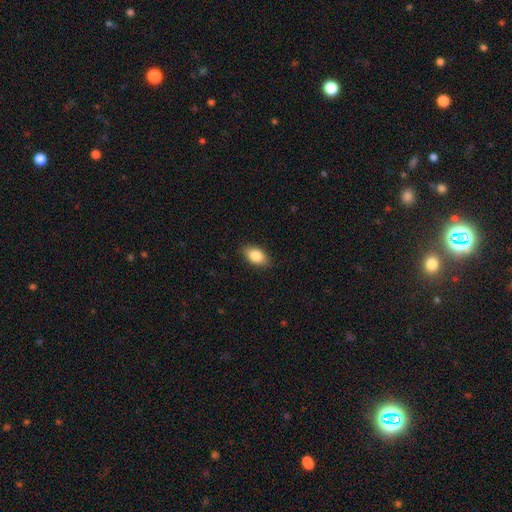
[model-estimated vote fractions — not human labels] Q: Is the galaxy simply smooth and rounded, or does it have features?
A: smooth — 85%.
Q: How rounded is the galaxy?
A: in between — 90%.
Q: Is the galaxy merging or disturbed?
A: none — 87%.